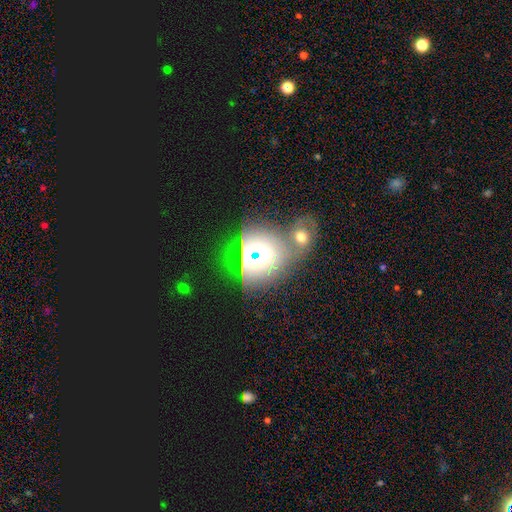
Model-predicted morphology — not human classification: star or artifact 57%, smooth 23%, featured or disk 20%.